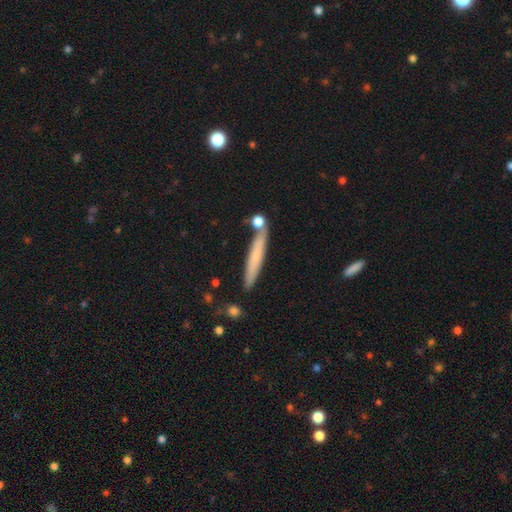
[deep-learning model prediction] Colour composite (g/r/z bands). It shows a smooth galaxy with no disk features (62%) that is cigar-shaped (95%). Merging: none (79%).